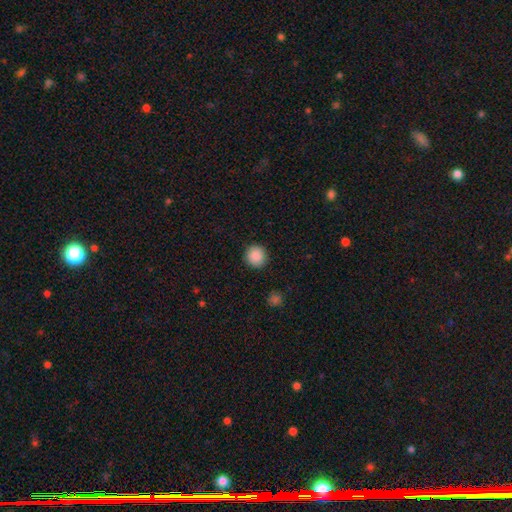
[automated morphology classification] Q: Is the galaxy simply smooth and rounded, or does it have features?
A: smooth — 89%.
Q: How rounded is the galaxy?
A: round — 92%.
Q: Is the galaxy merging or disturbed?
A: none — 91%.